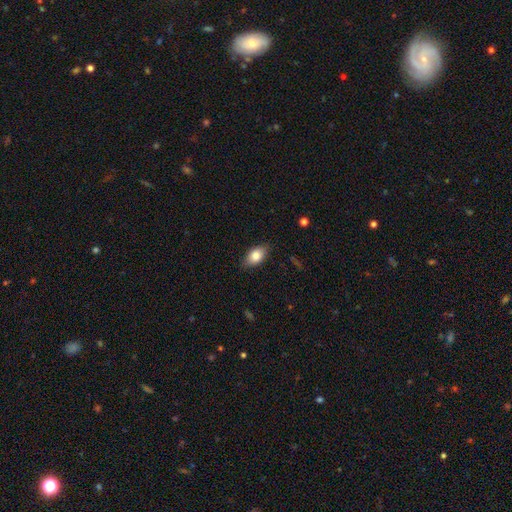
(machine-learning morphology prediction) type=smooth (83%); roundness=in between (90%); merging=none (83%).